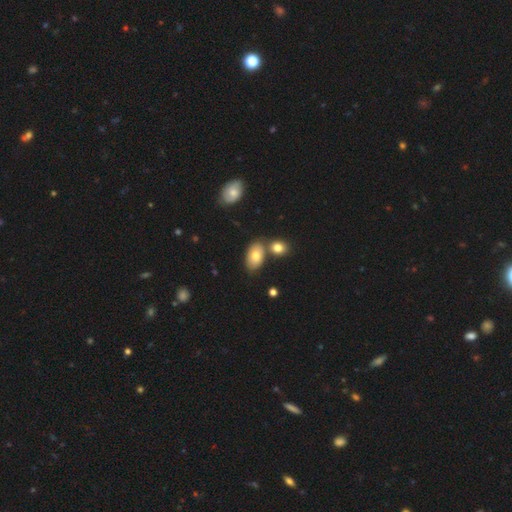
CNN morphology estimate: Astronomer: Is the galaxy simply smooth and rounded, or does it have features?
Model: smooth — 75%.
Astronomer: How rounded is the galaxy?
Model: in between — 92%.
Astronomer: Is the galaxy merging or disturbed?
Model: none — 64%.